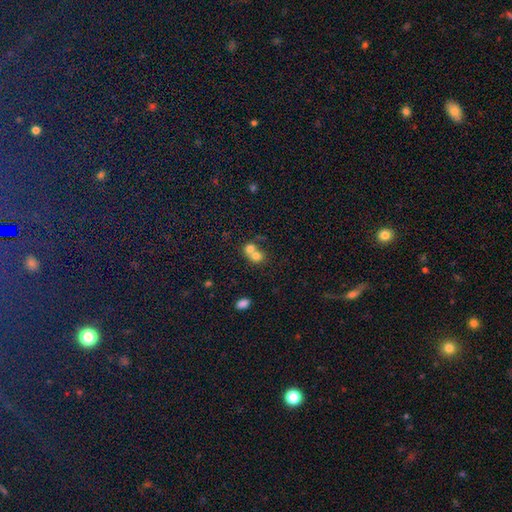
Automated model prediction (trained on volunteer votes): Q: Smooth or featured?
A: smooth (74%); runner-up: featured or disk (15%)
Q: How rounded?
A: round (74%); runner-up: in between (25%)
Q: Merging?
A: merger (67%); runner-up: none (26%)